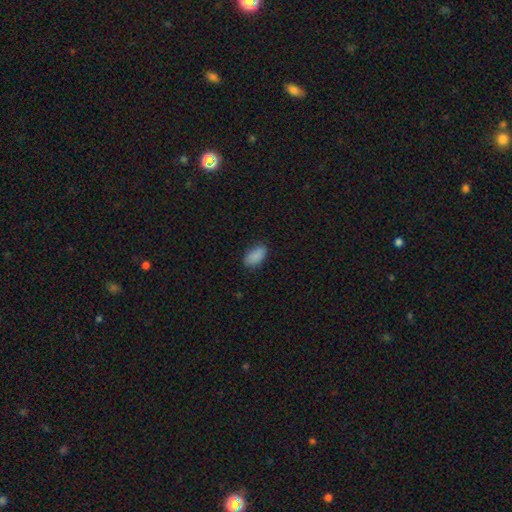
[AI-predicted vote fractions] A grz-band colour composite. It shows a smooth galaxy with no disk features (88%) that is in between round and cigar-shaped (93%). Merging: none (82%).